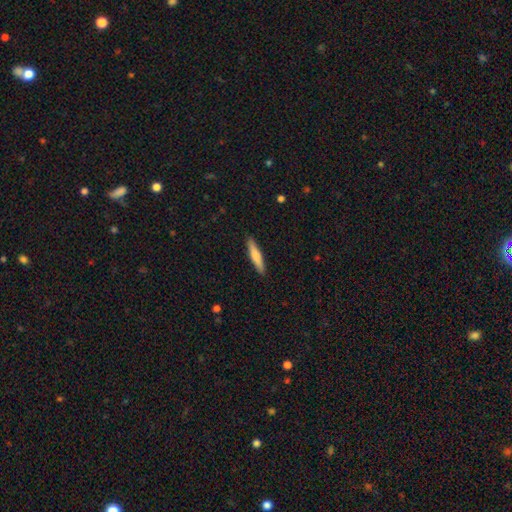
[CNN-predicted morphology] type=smooth (67%); roundness=cigar-shaped (87%); merging=none (91%).